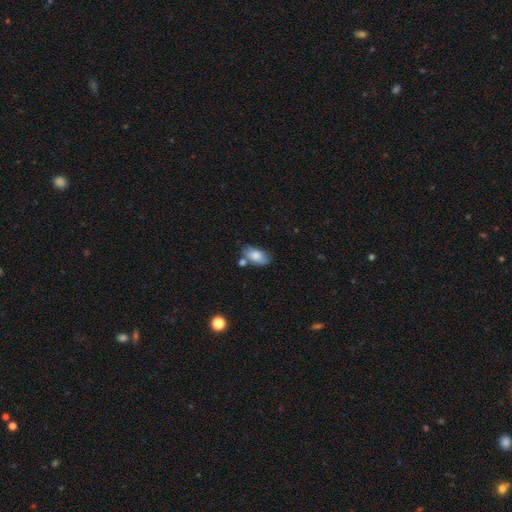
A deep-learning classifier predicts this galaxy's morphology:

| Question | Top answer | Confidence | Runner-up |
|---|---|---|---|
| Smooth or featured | smooth | 76% | featured or disk (16%) |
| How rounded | in between | 92% | round (5%) |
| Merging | none | 55% | minor disturbance (24%) |